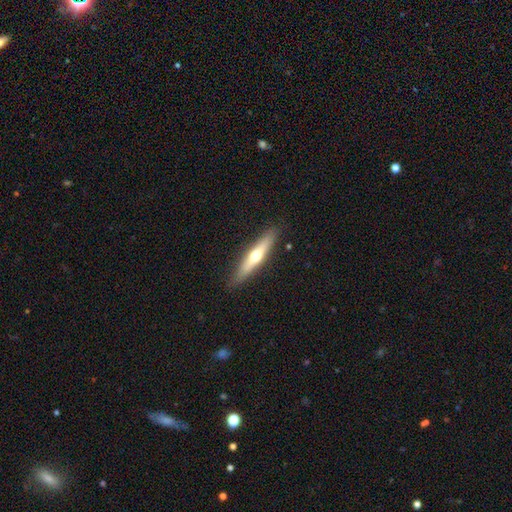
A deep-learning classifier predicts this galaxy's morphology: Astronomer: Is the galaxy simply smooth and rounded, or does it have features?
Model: featured or disk — 52% (runner-up: smooth, 43%).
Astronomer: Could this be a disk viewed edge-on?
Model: yes — 91%.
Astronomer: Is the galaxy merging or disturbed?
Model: none — 88%.